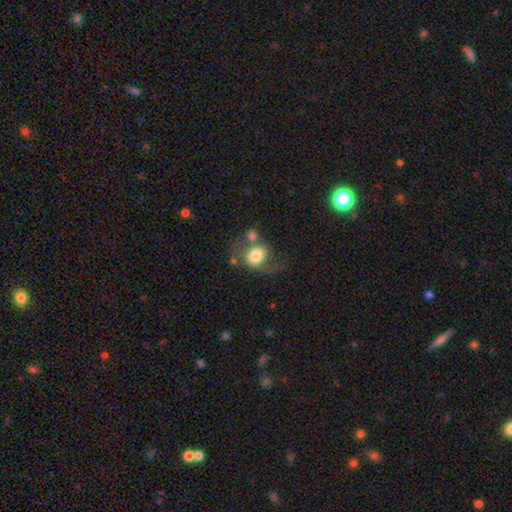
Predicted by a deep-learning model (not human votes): smooth 73%, featured or disk 19%, star or artifact 8%. Down the decision tree: how rounded — round (61%); merging — none (42%).